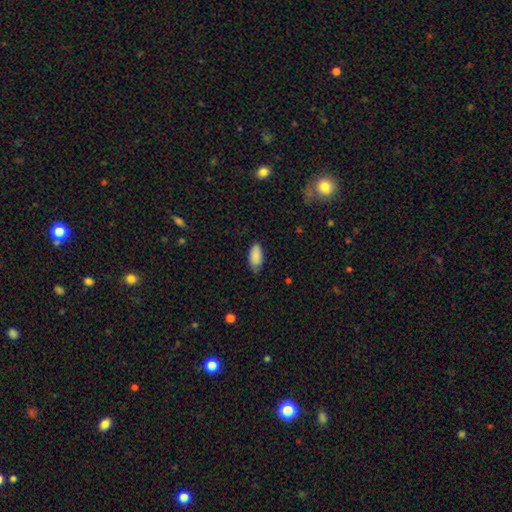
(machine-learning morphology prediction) smooth_or_featured: smooth (p=0.88) [alt: star or artifact p=0.06]
how_rounded: in between (p=0.93) [alt: cigar-shaped p=0.05]
merging: none (p=0.70) [alt: minor disturbance p=0.25]